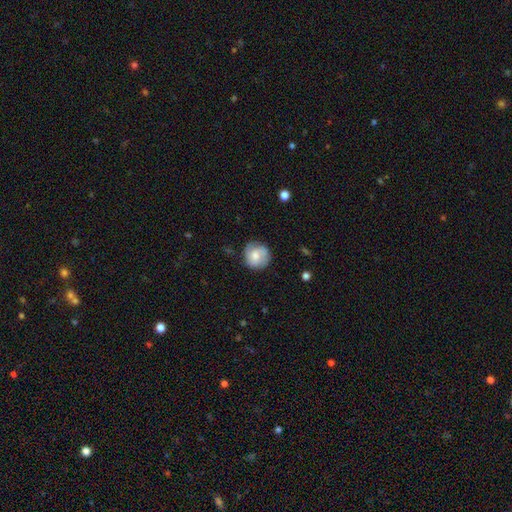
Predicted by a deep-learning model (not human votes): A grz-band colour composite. It shows a smooth galaxy with no disk features (60%) that is round (89%). Merging: none (75%).